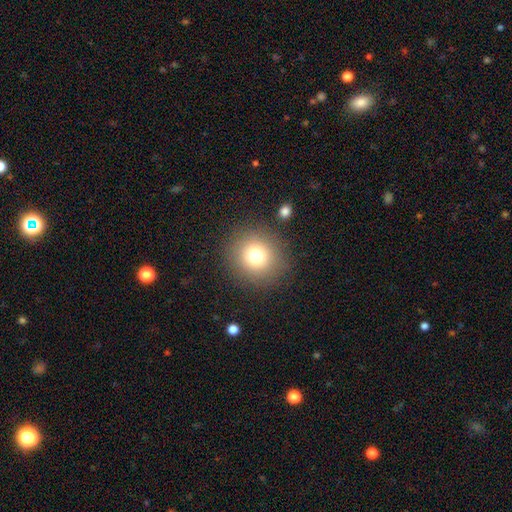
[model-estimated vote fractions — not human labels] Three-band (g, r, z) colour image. It shows a smooth galaxy with no disk features (75%) that is round (90%). Merging: none (86%).